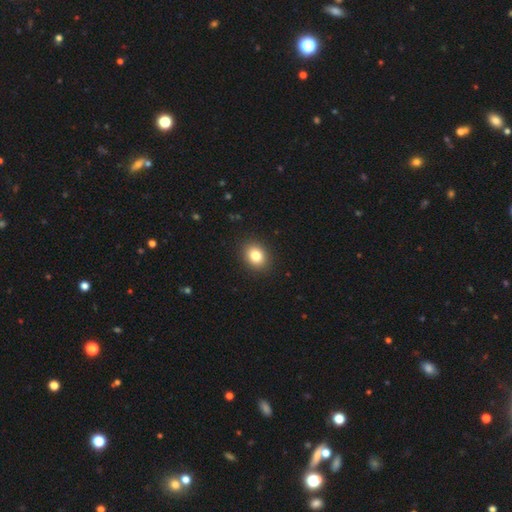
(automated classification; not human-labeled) A smooth galaxy with no disk features (83%) that is in between round and cigar-shaped (51%).

Vote fractions:
- Smooth or featured? smooth: 83% / star or artifact: 10% / featured or disk: 7%
- How rounded? in between: 51% / round: 48% / cigar-shaped: 1%
- Merging? none: 90% / minor disturbance: 7% / major disturbance: 2% / merger: 1%